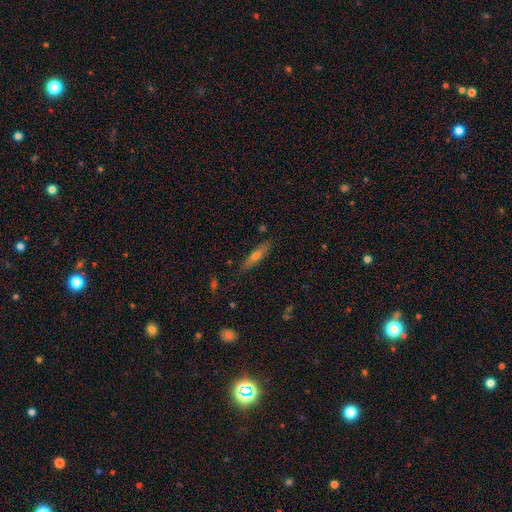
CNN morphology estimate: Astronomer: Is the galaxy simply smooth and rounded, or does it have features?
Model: smooth — 53% (runner-up: featured or disk, 40%).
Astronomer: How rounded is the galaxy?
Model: cigar-shaped — 75%.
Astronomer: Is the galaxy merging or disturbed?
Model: none — 85%.